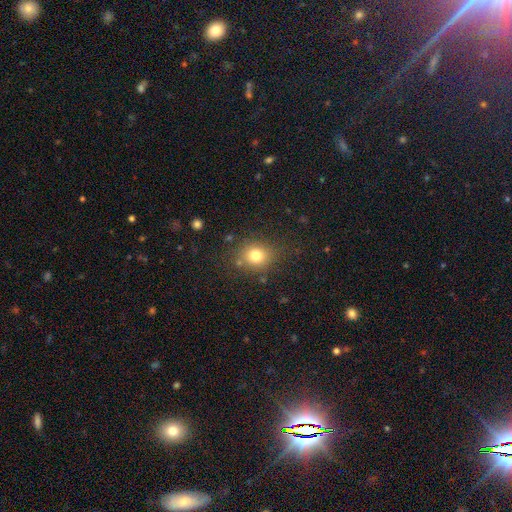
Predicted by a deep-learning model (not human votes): smooth 77%, star or artifact 14%, featured or disk 9%. Down the decision tree: how rounded — round (74%); merging — none (79%).